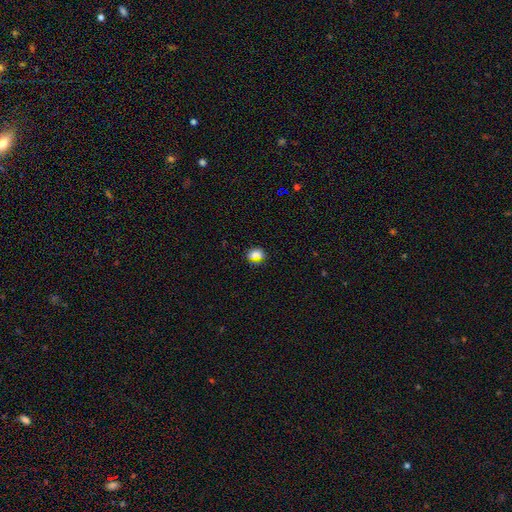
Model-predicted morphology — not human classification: Q: Smooth or featured?
A: smooth (70%); runner-up: star or artifact (22%)
Q: How rounded?
A: round (50%); runner-up: in between (45%)
Q: Merging?
A: none (79%); runner-up: minor disturbance (13%)